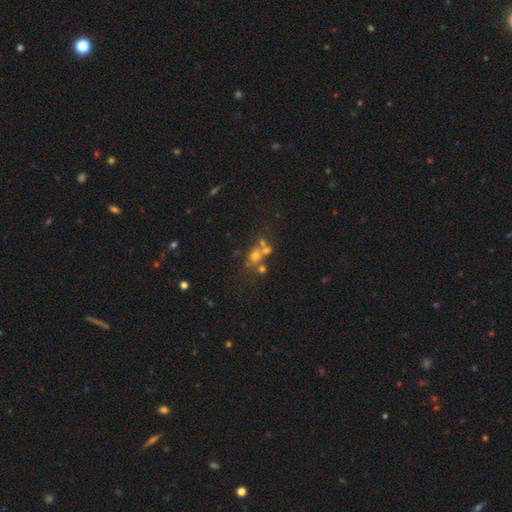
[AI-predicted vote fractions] smooth 48%, featured or disk 26%, star or artifact 25%. Down the decision tree: merging — none (43%).